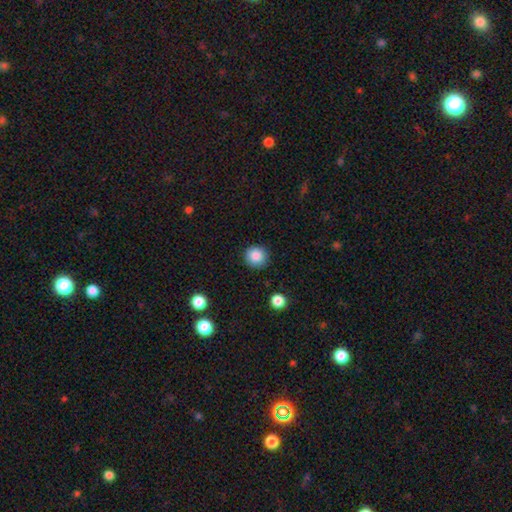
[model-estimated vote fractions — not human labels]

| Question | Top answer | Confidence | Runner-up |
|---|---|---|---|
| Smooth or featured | smooth | 86% | star or artifact (9%) |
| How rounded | round | 93% | in between (6%) |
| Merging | none | 89% | minor disturbance (7%) |